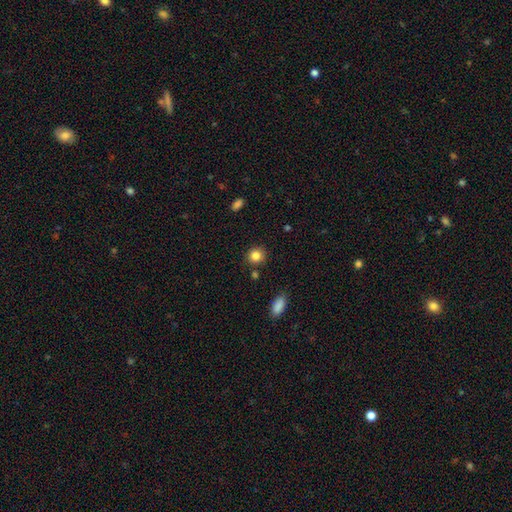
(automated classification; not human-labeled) Q: Smooth or featured?
A: smooth (84%); runner-up: star or artifact (10%)
Q: How rounded?
A: round (87%); runner-up: in between (12%)
Q: Merging?
A: none (86%); runner-up: minor disturbance (8%)